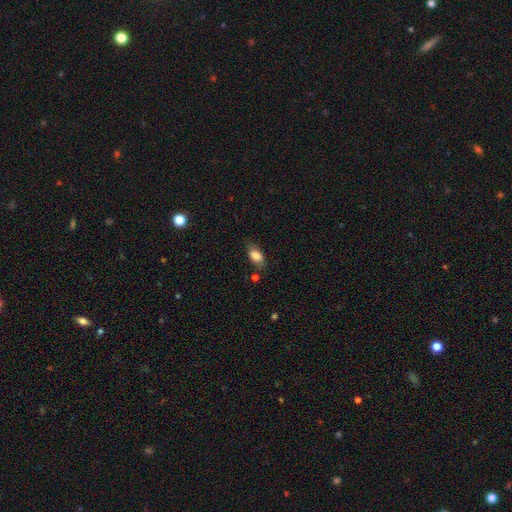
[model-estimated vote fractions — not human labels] smooth-or-featured: smooth: 82% | featured or disk: 10% | star or artifact: 8%
  how-rounded: in between: 89% | round: 6% | cigar-shaped: 6%
  merging: none: 71% | minor disturbance: 20% | major disturbance: 5% | merger: 3%